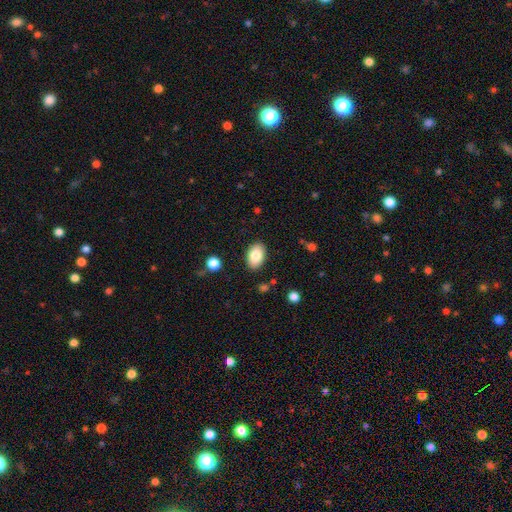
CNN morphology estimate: smooth 84%, featured or disk 9%, star or artifact 7%. Down the decision tree: how rounded — in between (91%); merging — none (87%).